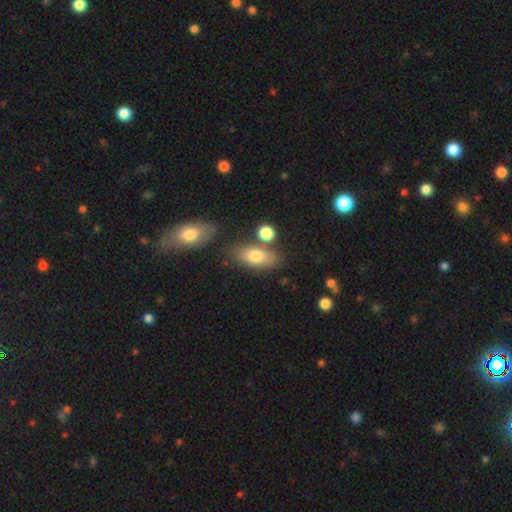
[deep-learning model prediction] This appears to be a smooth galaxy with no disk features (75%) that is in between round and cigar-shaped (82%). Merging: none (65%).